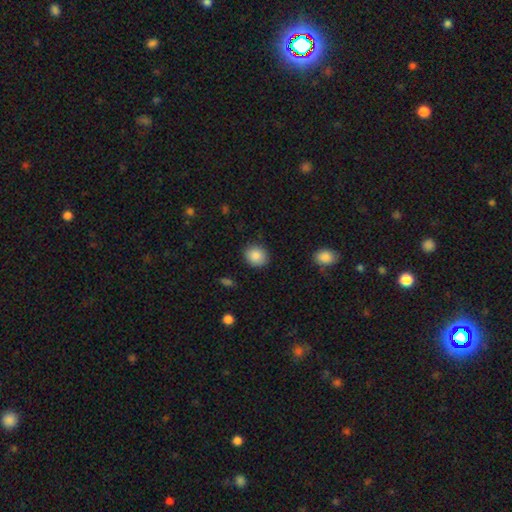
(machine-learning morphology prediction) Smooth or featured? Predicted: smooth (p=0.87). How rounded? Predicted: round (p=0.74). Merging? Predicted: none (p=0.87).